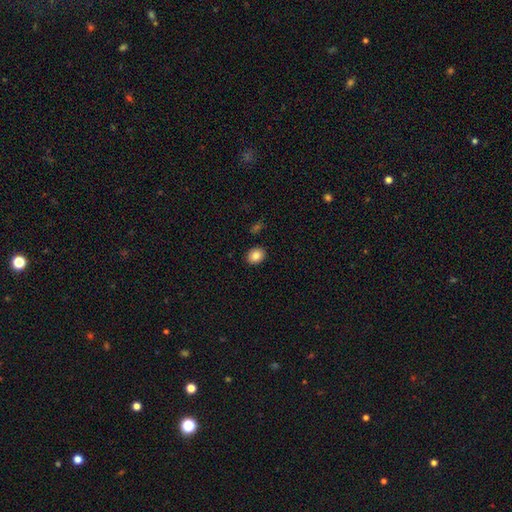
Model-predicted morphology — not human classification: A smooth galaxy with no disk features (84%) that is round (52%). Merging: none (90%).